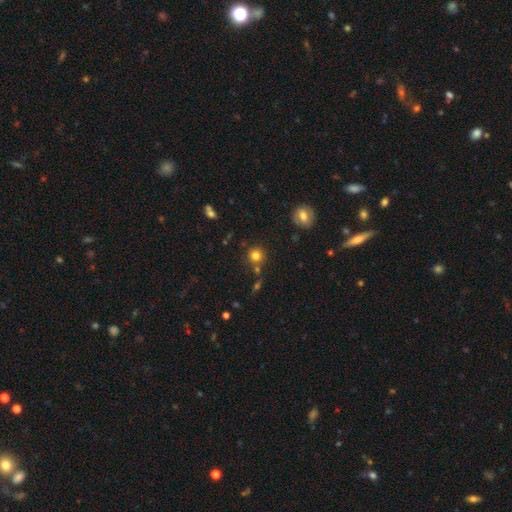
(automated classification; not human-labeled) Smooth or featured: smooth — 79% (star or artifact — 14%)
How rounded: round — 92% (in between — 7%)
Merging: none — 78% (merger — 9%)